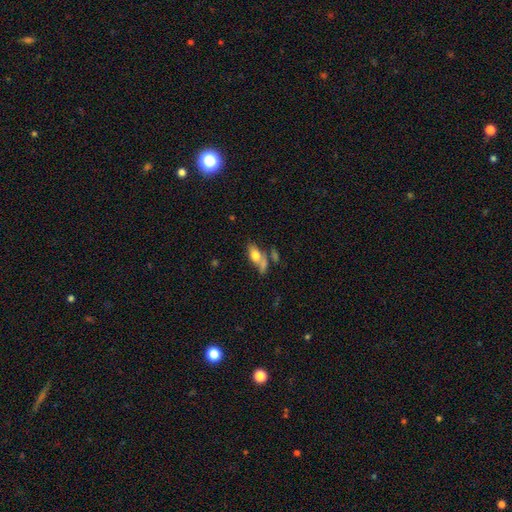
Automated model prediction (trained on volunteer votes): A smooth galaxy with no disk features (70%) that is in between round and cigar-shaped (83%).

Vote fractions:
- Smooth or featured? smooth: 70% / featured or disk: 22% / star or artifact: 8%
- How rounded? in between: 83% / cigar-shaped: 11% / round: 6%
- Merging? none: 44% / merger: 32% / minor disturbance: 16% / major disturbance: 8%